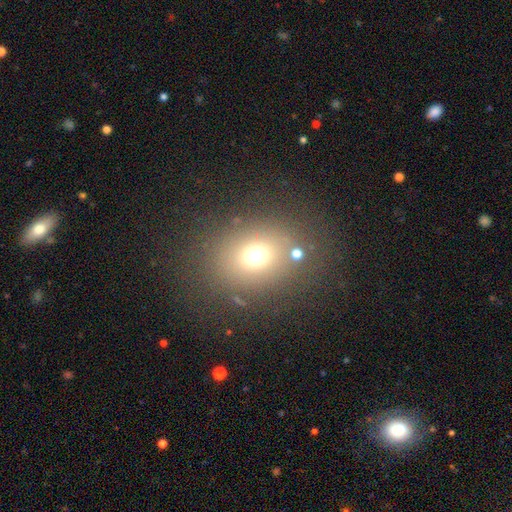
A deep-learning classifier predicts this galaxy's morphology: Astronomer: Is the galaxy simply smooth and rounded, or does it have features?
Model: smooth — 68%.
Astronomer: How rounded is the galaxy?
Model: round — 60% (runner-up: in between, 39%).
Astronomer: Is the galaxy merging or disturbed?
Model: none — 76%.